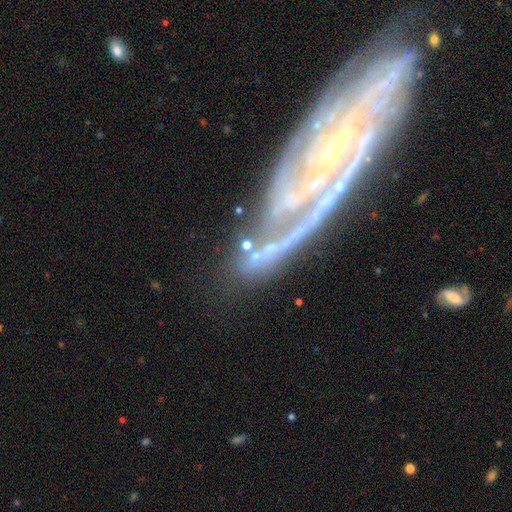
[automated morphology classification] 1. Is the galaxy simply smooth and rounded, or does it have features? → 52% featured or disk, 24% star or artifact, 24% smooth.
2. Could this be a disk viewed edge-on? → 77% no, 23% yes.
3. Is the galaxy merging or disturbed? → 44% none, 23% major disturbance, 17% minor disturbance, 15% merger.